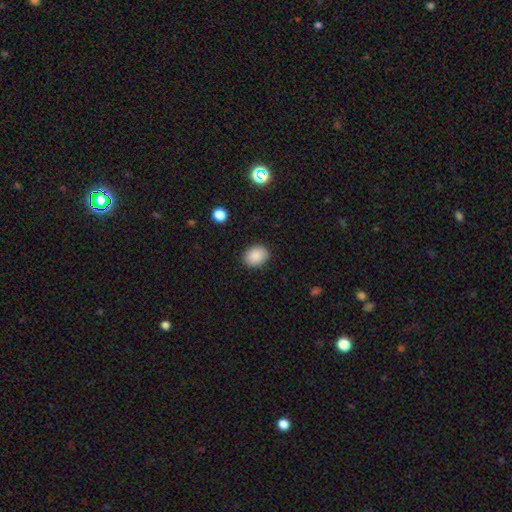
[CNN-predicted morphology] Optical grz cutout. It shows a smooth galaxy with no disk features (88%) that is in between round and cigar-shaped (59%). Merging: none (89%).